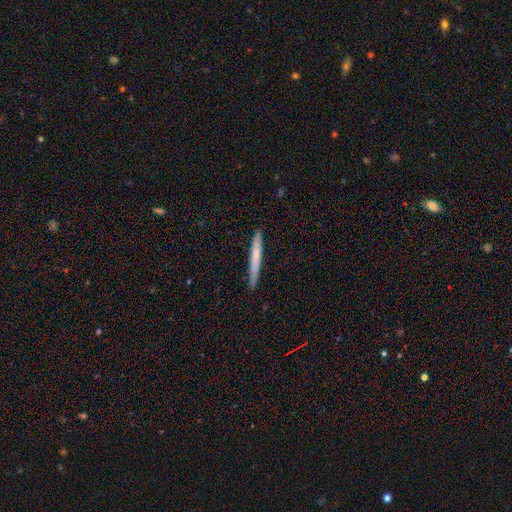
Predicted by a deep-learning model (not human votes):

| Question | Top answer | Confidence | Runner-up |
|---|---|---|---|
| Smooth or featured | smooth | 59% | featured or disk (35%) |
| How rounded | cigar-shaped | 97% | in between (2%) |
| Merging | none | 88% | minor disturbance (9%) |